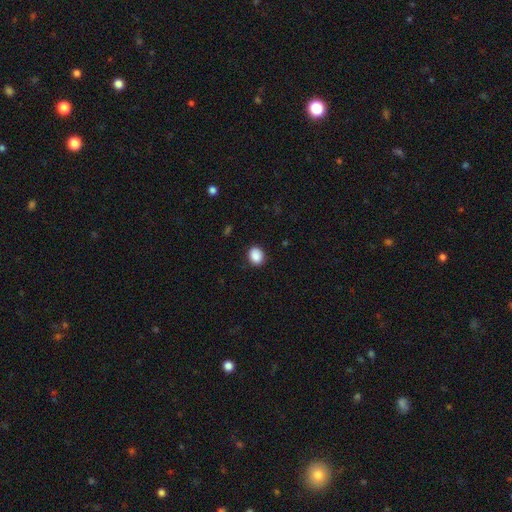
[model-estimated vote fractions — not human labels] A smooth galaxy with no disk features (89%) that is round (52%). Merging: none (87%).